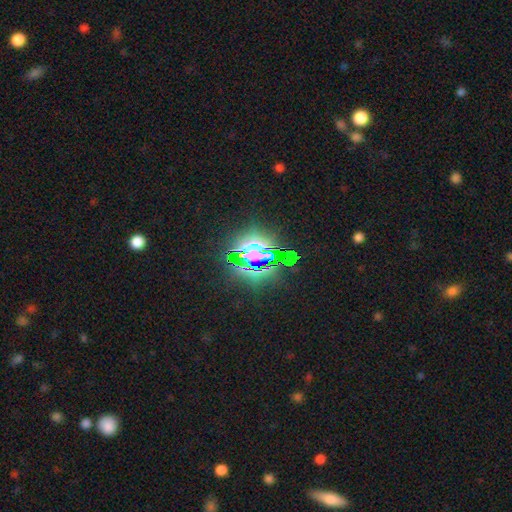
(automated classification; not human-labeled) A star or artifact, not a galaxy (77%).